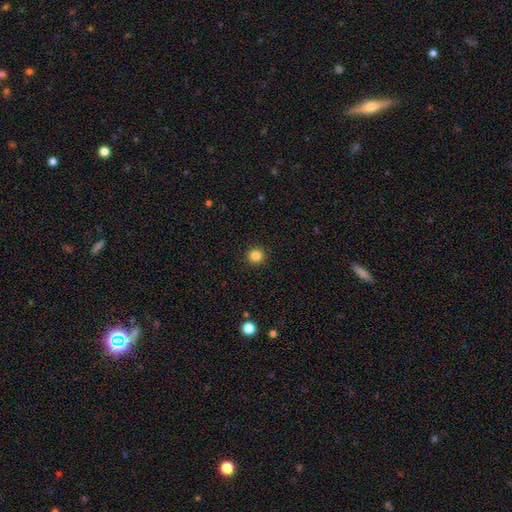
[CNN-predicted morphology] type=smooth (85%); roundness=round (94%); merging=none (92%).